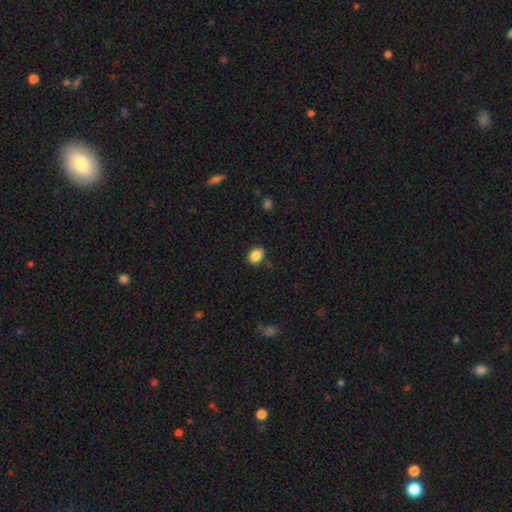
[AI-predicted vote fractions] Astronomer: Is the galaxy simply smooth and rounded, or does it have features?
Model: smooth — 87%.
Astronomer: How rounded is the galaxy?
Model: in between — 67%.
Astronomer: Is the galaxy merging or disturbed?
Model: none — 79%.